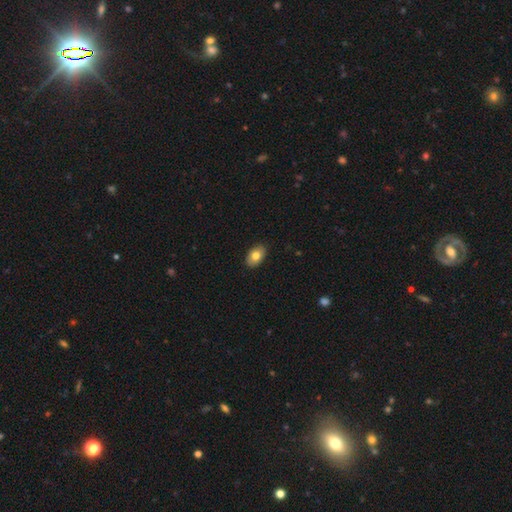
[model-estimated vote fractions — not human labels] Morphology: type=smooth (77%); roundness=in between (89%); merging=none (87%).